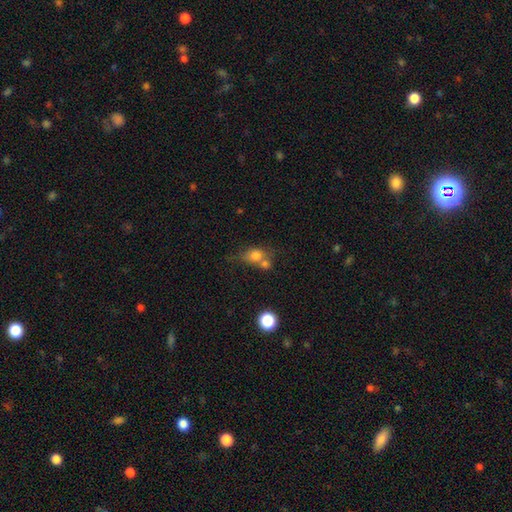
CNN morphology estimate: A smooth galaxy with no disk features (75%) that is in between round and cigar-shaped (50%). Merging: merger (45%).